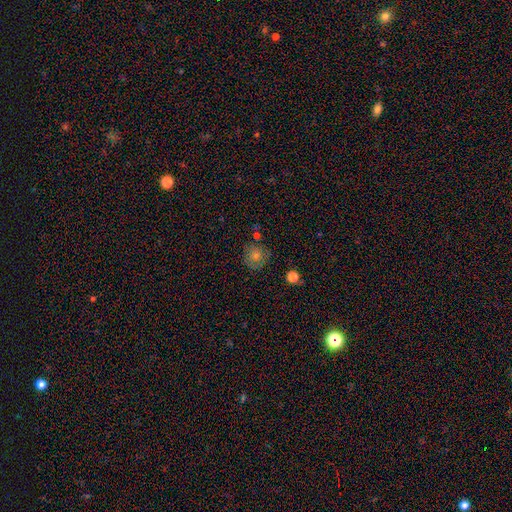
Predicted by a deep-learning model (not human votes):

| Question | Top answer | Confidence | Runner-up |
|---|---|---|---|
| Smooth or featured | smooth | 56% | featured or disk (23%) |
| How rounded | round | 91% | in between (8%) |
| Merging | none | 78% | minor disturbance (14%) |